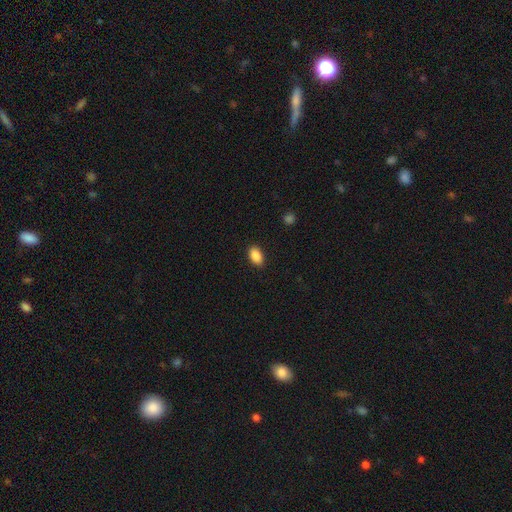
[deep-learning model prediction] A smooth galaxy with no disk features (89%) that is in between round and cigar-shaped (91%).

Vote fractions:
- Smooth or featured? smooth: 89% / star or artifact: 8% / featured or disk: 3%
- How rounded? in between: 91% / round: 8% / cigar-shaped: 1%
- Merging? none: 89% / minor disturbance: 8% / major disturbance: 2% / merger: 1%